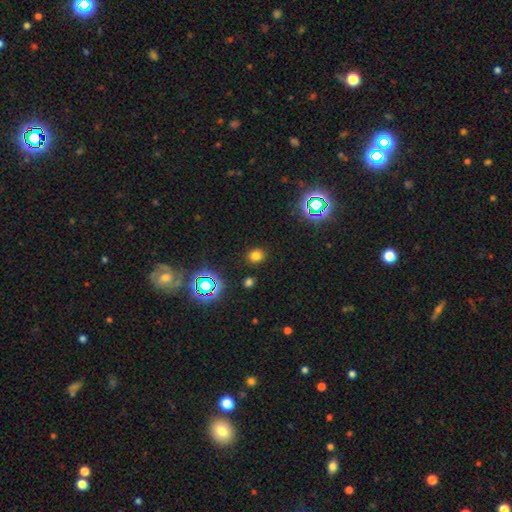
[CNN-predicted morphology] Smooth or featured? Predicted: smooth (p=0.72). How rounded? Predicted: round (p=0.72). Merging? Predicted: none (p=0.87).